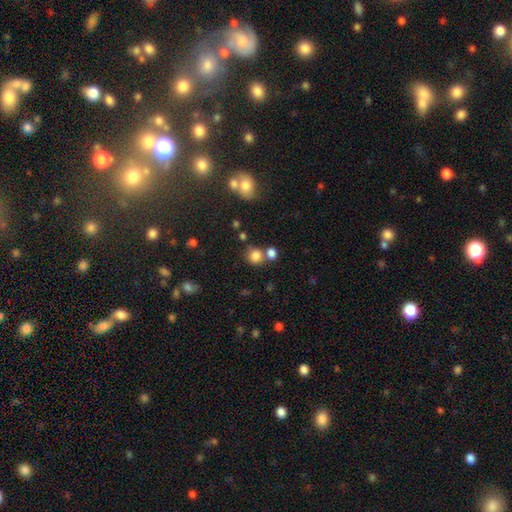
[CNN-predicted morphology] Smooth or featured: smooth — 81% (star or artifact — 13%)
How rounded: round — 78% (in between — 21%)
Merging: none — 58% (merger — 27%)